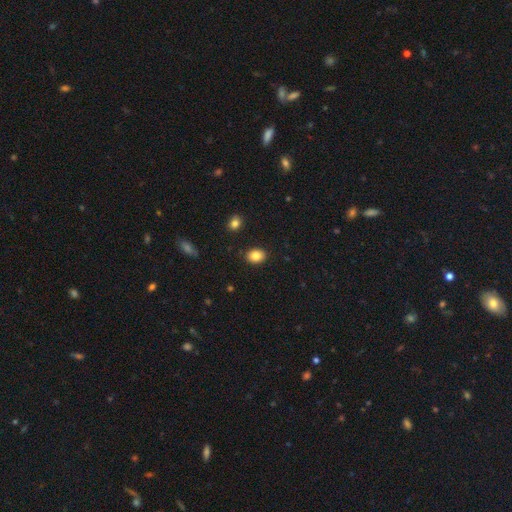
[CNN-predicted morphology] type=smooth (85%); roundness=in between (63%); merging=none (88%).